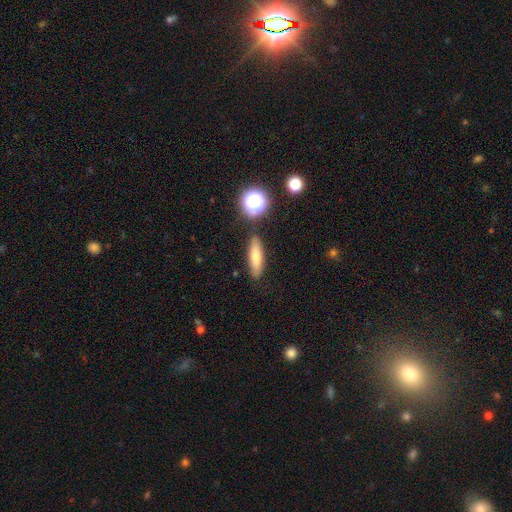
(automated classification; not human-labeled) smooth 70%, featured or disk 19%, star or artifact 11%. Down the decision tree: how rounded — cigar-shaped (58%); merging — none (84%).